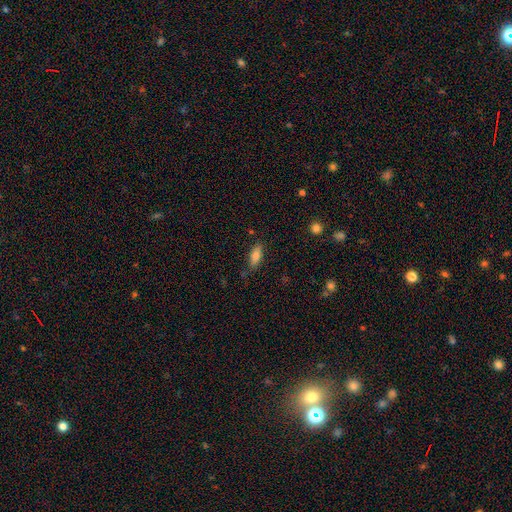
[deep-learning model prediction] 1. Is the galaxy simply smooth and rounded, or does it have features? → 79% smooth, 13% featured or disk, 8% star or artifact.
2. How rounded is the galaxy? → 77% in between, 21% cigar-shaped, 3% round.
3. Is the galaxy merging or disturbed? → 79% none, 15% minor disturbance, 3% major disturbance, 2% merger.